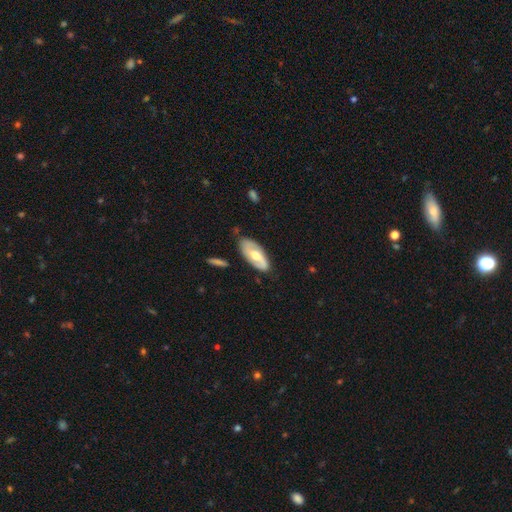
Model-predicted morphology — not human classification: Smooth or featured? Predicted: featured or disk (p=0.57). Edge-on disk? Predicted: no (p=0.89). Bar? Predicted: no (p=0.50). Spiral arms? Predicted: yes (p=0.75). Bulge size? Predicted: moderate (p=0.73). Merging? Predicted: none (p=0.76).